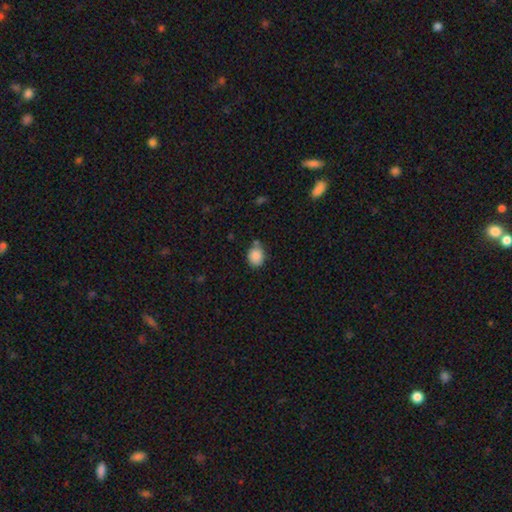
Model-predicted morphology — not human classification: A smooth galaxy with no disk features (88%) that is round (58%).

Vote fractions:
- Smooth or featured? smooth: 88% / star or artifact: 9% / featured or disk: 4%
- How rounded? round: 58% / in between: 41% / cigar-shaped: 1%
- Merging? none: 70% / minor disturbance: 17% / merger: 9% / major disturbance: 4%